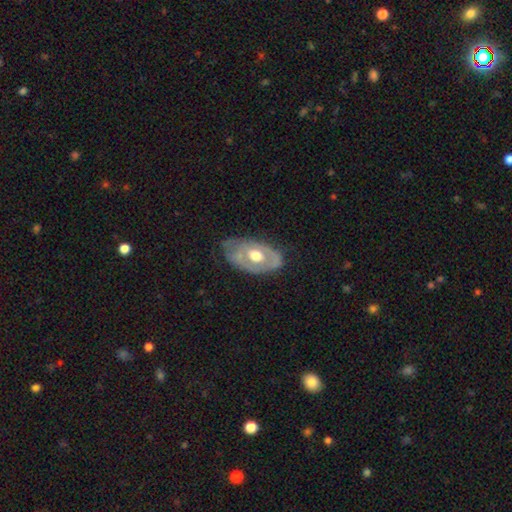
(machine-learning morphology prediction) The model was most divided on "merging": none: 57%, minor disturbance: 30%, major disturbance: 11%, merger: 2%. More confident: edge-on disk — no (90%); bar — no (88%); spiral arms — no (75%); bulge size — moderate (67%); smooth or featured — featured or disk (61%).